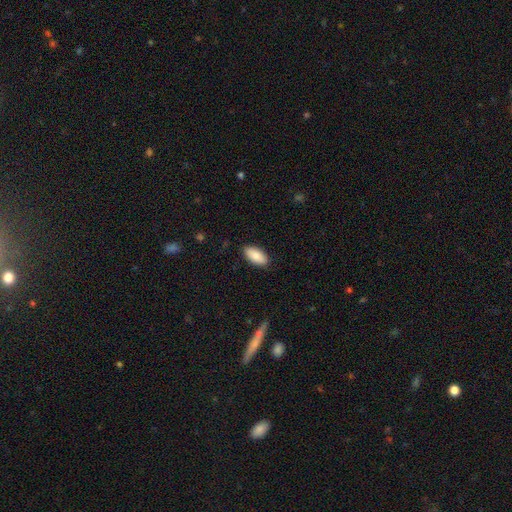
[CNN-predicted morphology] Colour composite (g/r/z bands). It shows a smooth galaxy with no disk features (86%) that is in between round and cigar-shaped (92%). Merging: none (88%).